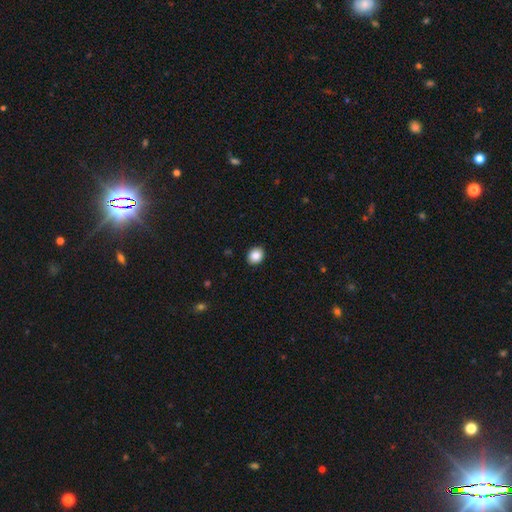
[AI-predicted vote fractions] Morphology: type=smooth (86%); roundness=round (58%); merging=none (91%).